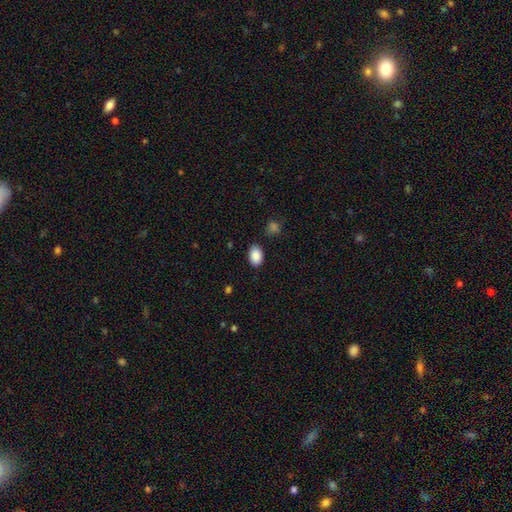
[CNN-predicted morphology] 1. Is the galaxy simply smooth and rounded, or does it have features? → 89% smooth, 7% star or artifact, 3% featured or disk.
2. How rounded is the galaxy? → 88% in between, 11% round, 1% cigar-shaped.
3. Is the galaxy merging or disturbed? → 84% none, 11% minor disturbance, 3% major disturbance, 2% merger.